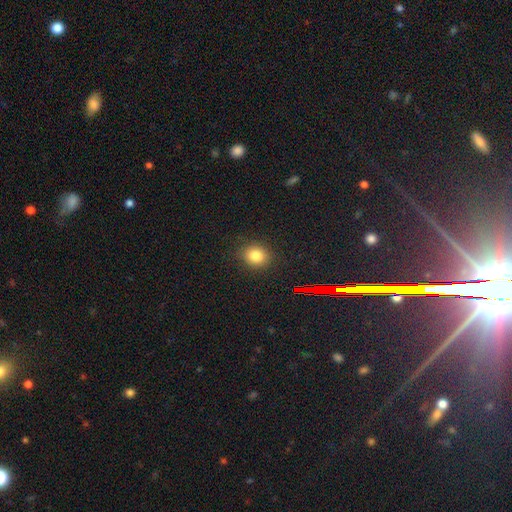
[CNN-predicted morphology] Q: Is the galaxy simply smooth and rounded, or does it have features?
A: smooth — 81%.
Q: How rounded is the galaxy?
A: round — 71%.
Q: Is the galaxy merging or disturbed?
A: none — 88%.